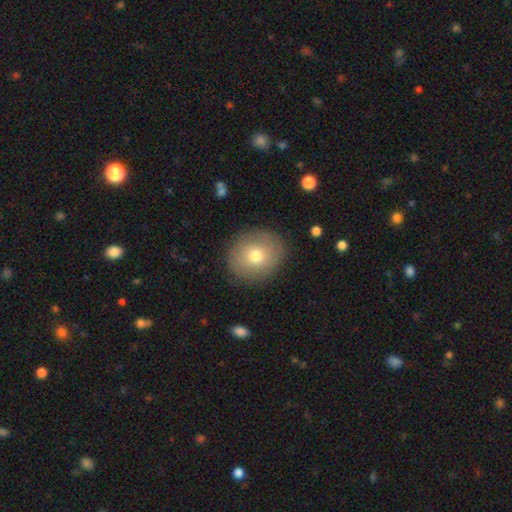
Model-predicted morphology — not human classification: Smooth or featured? smooth (73%)
How rounded? round (80%)
Merging? none (87%)